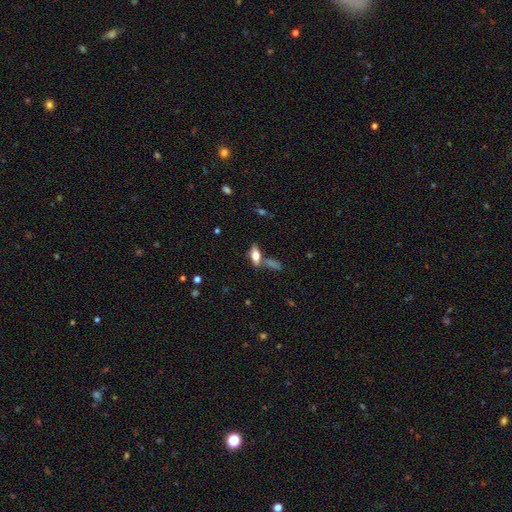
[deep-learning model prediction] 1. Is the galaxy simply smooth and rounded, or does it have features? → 59% smooth, 31% featured or disk, 9% star or artifact.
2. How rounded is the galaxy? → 69% in between, 27% cigar-shaped, 4% round.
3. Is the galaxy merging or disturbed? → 61% none, 20% merger, 14% minor disturbance, 5% major disturbance.